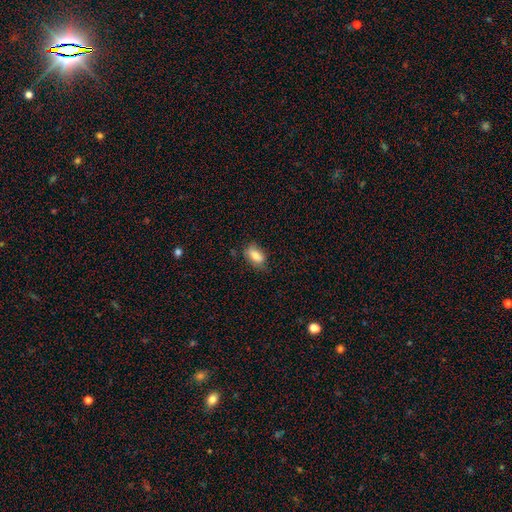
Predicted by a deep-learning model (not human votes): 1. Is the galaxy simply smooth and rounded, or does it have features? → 83% smooth, 10% featured or disk, 8% star or artifact.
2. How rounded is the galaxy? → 89% in between, 6% round, 5% cigar-shaped.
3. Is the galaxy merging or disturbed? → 70% none, 23% minor disturbance, 5% major disturbance, 2% merger.